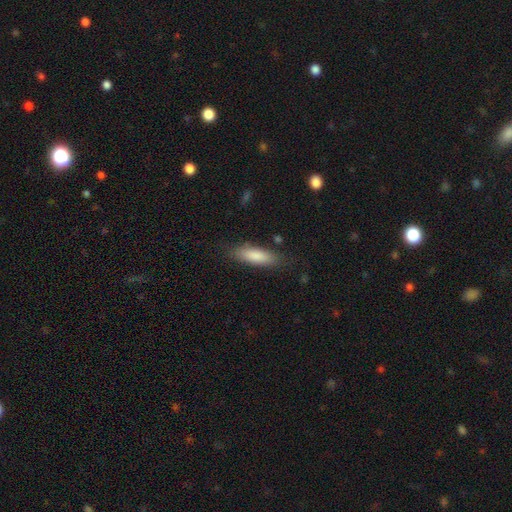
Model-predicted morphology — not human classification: Smooth or featured? Predicted: smooth (p=0.85). How rounded? Predicted: in between (p=0.52). Merging? Predicted: none (p=0.81).